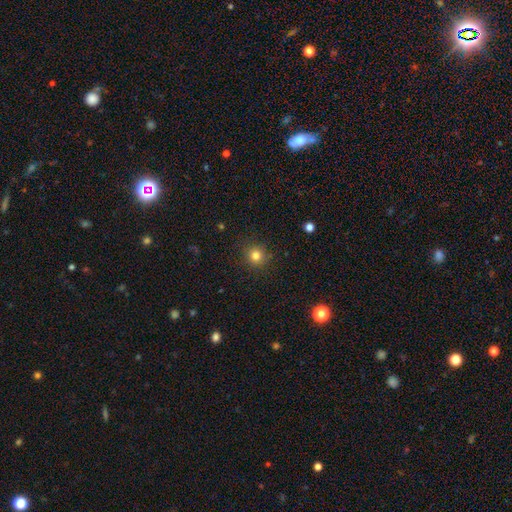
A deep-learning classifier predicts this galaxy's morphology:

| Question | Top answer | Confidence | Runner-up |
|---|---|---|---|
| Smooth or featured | smooth | 81% | star or artifact (14%) |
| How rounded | round | 94% | in between (5%) |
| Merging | none | 89% | minor disturbance (7%) |